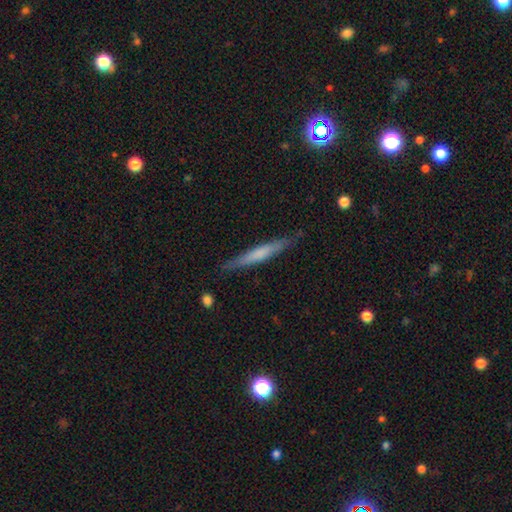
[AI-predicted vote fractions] featured or disk 47%, smooth 46%, star or artifact 7%. Down the decision tree: merging — none (87%).